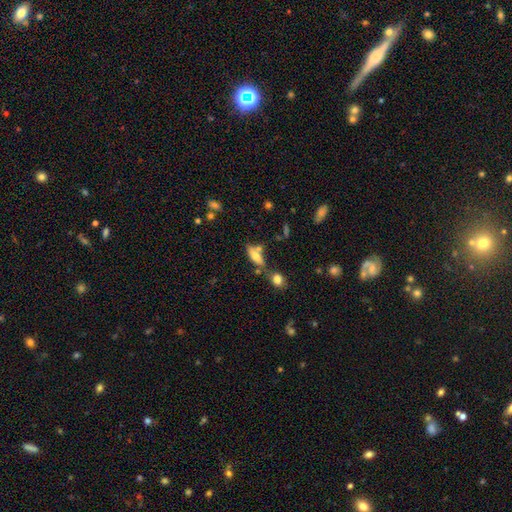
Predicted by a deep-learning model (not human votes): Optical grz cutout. It shows a smooth galaxy with no disk features (64%) that is in between round and cigar-shaped (69%). Merging: none (50%).